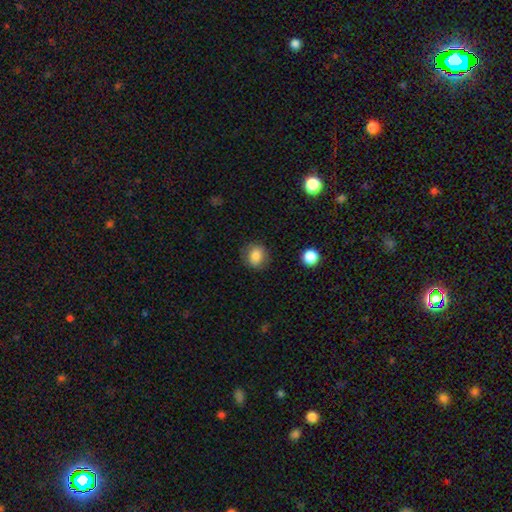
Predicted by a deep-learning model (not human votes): Overall: smooth (85%). How rounded: round (73%). Merging: none (83%).